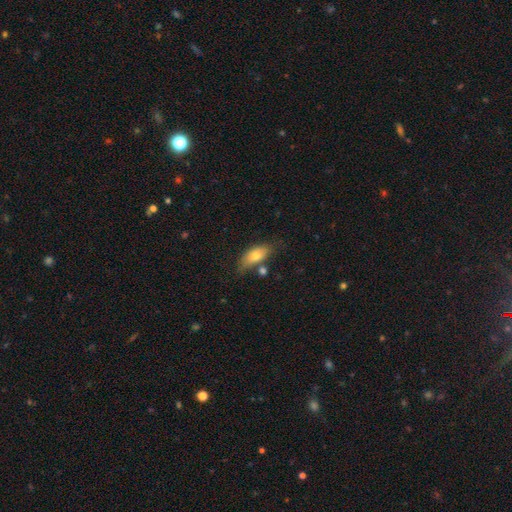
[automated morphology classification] Smooth or featured? smooth (74%)
How rounded? in between (85%)
Merging? none (64%)